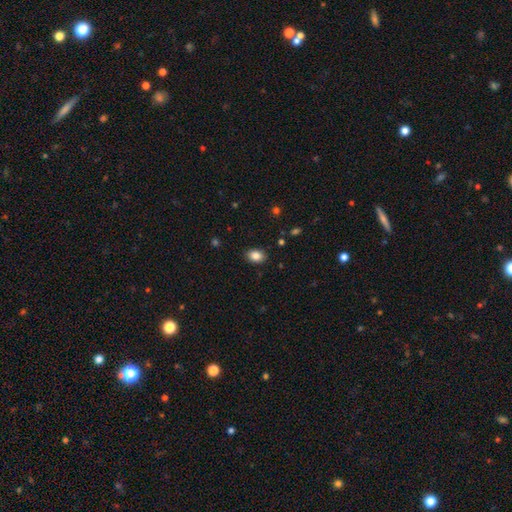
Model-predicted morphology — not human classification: This appears to be a smooth galaxy with no disk features (86%) that is in between round and cigar-shaped (76%). Merging: none (87%).